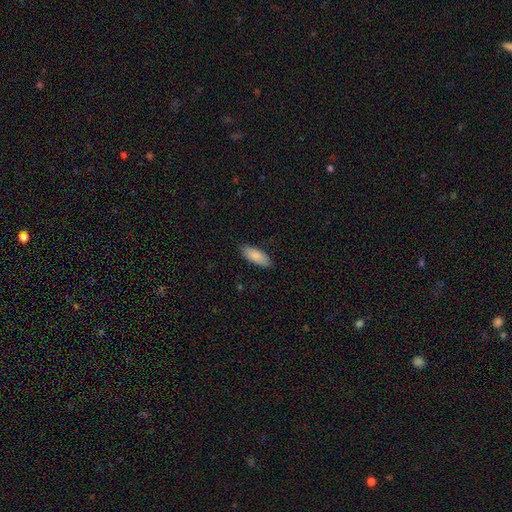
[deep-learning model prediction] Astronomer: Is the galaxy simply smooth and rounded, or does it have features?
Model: smooth — 87%.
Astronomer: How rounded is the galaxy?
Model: in between — 80%.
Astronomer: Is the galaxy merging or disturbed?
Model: none — 86%.